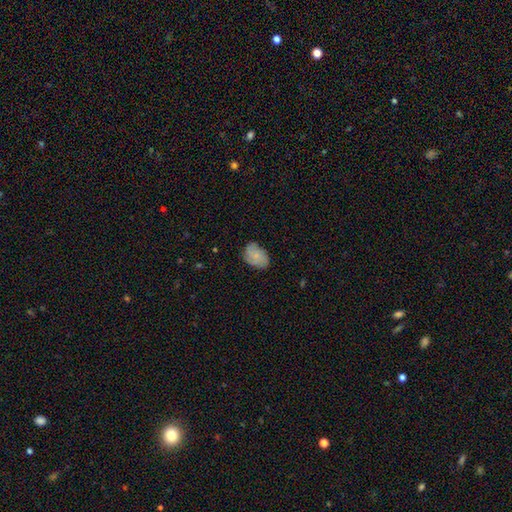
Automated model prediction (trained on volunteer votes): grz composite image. It shows a smooth galaxy with no disk features (69%) that is in between round and cigar-shaped (83%). Merging: none (70%).